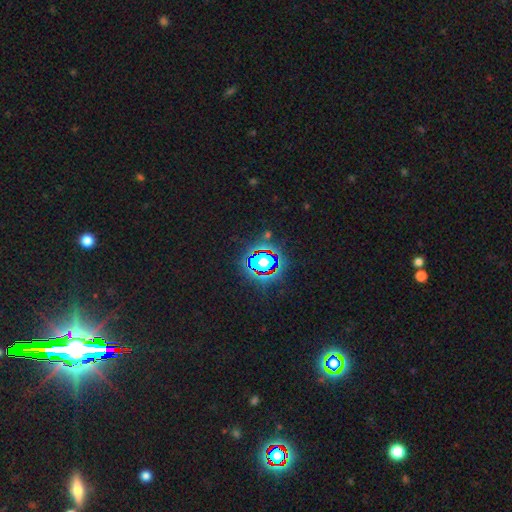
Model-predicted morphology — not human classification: Smooth or featured? star or artifact (74%)